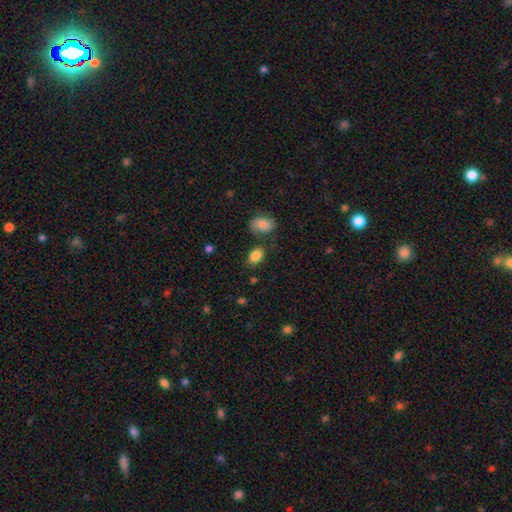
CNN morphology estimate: smooth-or-featured: smooth: 85% | star or artifact: 9% | featured or disk: 6%
  how-rounded: in between: 82% | round: 16% | cigar-shaped: 1%
  merging: none: 73% | minor disturbance: 15% | merger: 8% | major disturbance: 4%